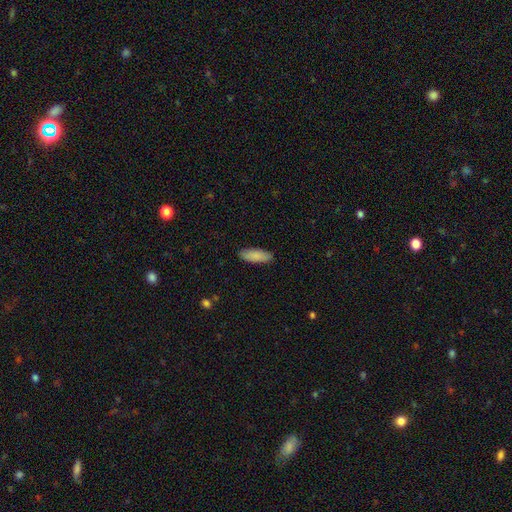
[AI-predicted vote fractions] Q: Smooth or featured?
A: smooth (88%); runner-up: featured or disk (7%)
Q: How rounded?
A: in between (66%); runner-up: cigar-shaped (32%)
Q: Merging?
A: none (88%); runner-up: minor disturbance (9%)